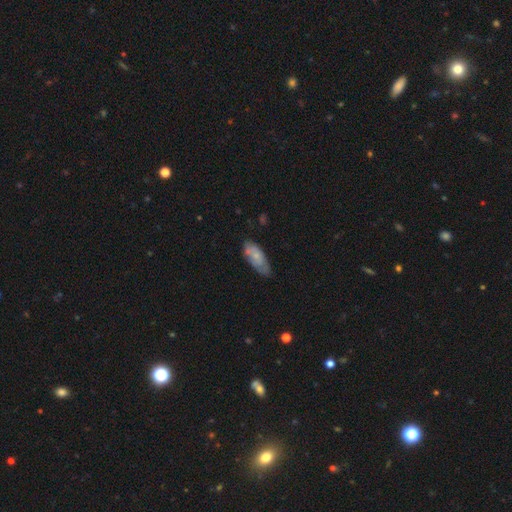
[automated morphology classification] Smooth or featured? smooth (60%)
How rounded? in between (81%)
Merging? none (59%)